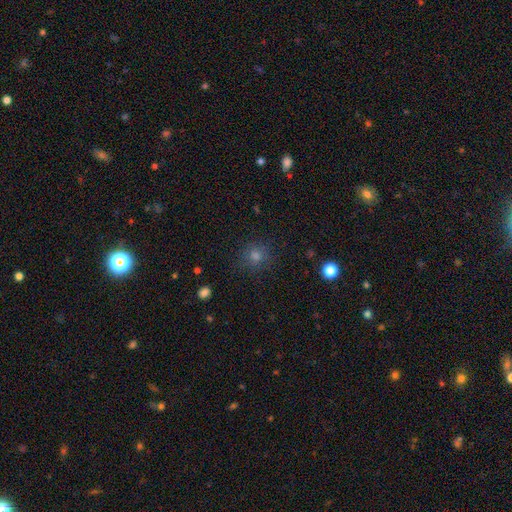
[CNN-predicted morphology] type=smooth (71%); roundness=round (92%); merging=none (88%).